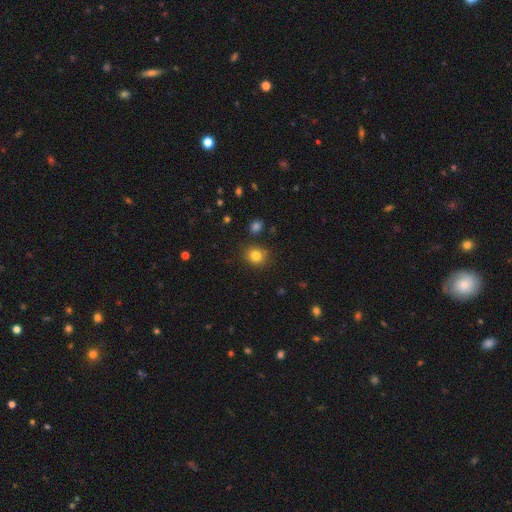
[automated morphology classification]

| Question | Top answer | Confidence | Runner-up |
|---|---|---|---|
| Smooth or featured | smooth | 81% | star or artifact (12%) |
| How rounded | round | 78% | in between (21%) |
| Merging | none | 84% | minor disturbance (10%) |